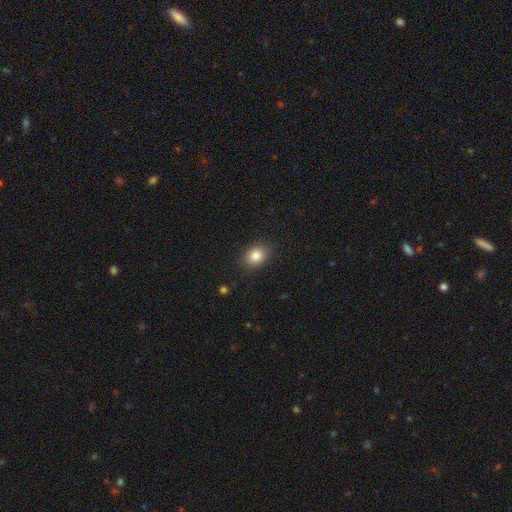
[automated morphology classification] The model was most divided on "how rounded": in between: 52%, round: 47%, cigar-shaped: 1%. More confident: merging — none (87%); smooth or featured — smooth (83%).